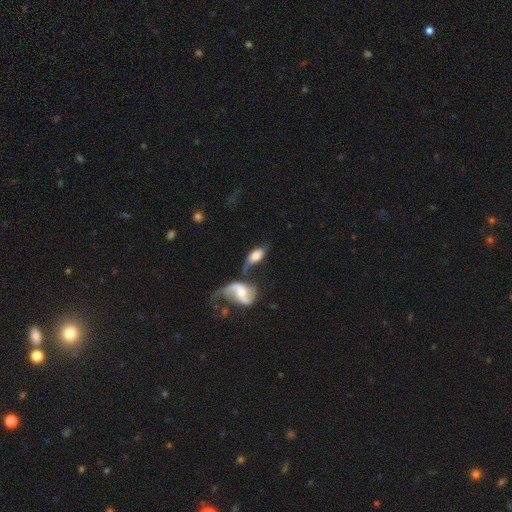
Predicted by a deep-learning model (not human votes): A smooth galaxy with no disk features (50%). Merging: merger (34%, tied with none).